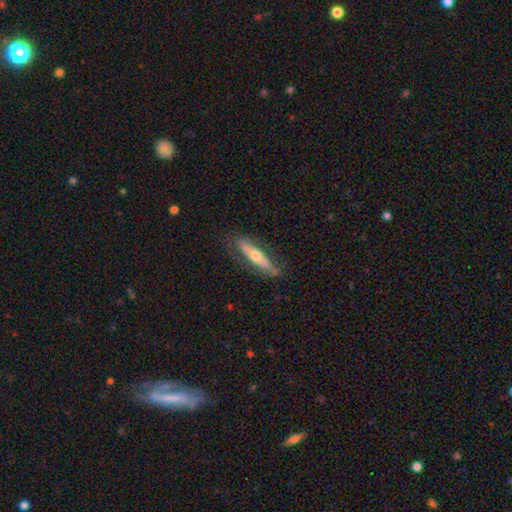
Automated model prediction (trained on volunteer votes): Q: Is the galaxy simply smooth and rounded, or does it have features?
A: featured or disk — 57%.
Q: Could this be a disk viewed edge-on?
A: yes — 60%.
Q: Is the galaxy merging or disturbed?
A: none — 73%.